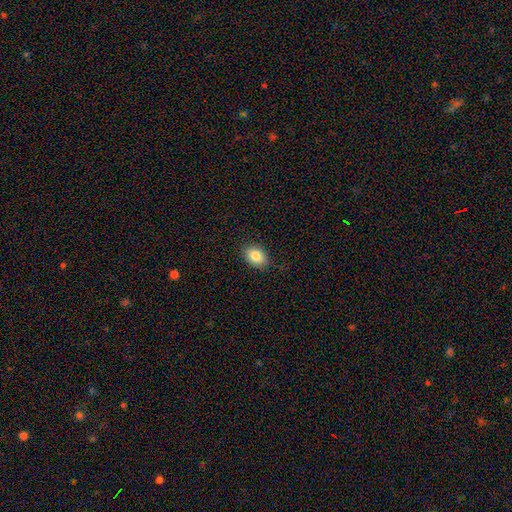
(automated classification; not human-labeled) Morphology: type=smooth (85%); roundness=in between (75%); merging=none (84%).